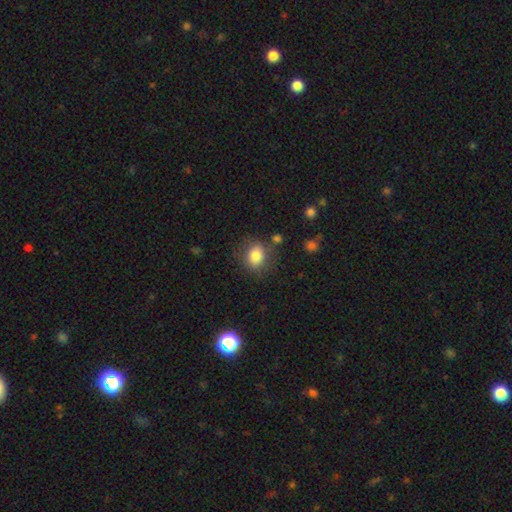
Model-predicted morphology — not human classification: Smooth or featured? Predicted: smooth (p=0.82). How rounded? Predicted: round (p=0.57). Merging? Predicted: none (p=0.77).